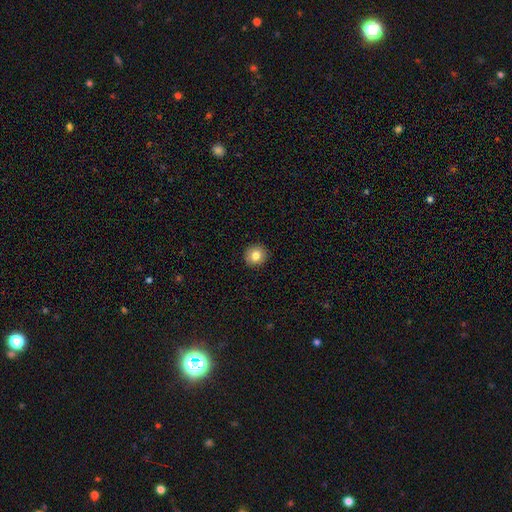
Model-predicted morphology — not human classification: This is clearly a smooth galaxy (81%). How rounded: clearly round (89%). Merging: clearly none (92%).